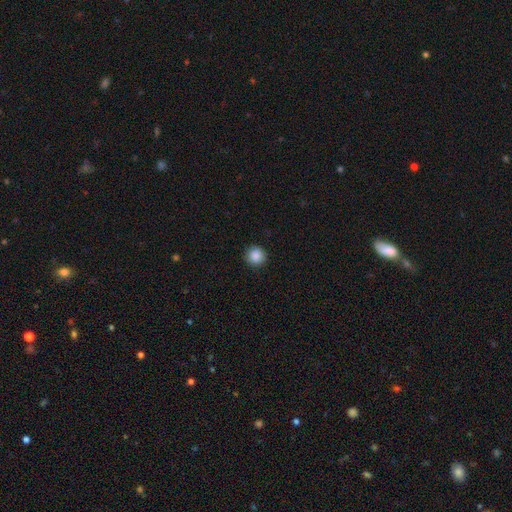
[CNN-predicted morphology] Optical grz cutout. It shows a smooth galaxy with no disk features (88%) that is round (93%). Merging: none (90%).